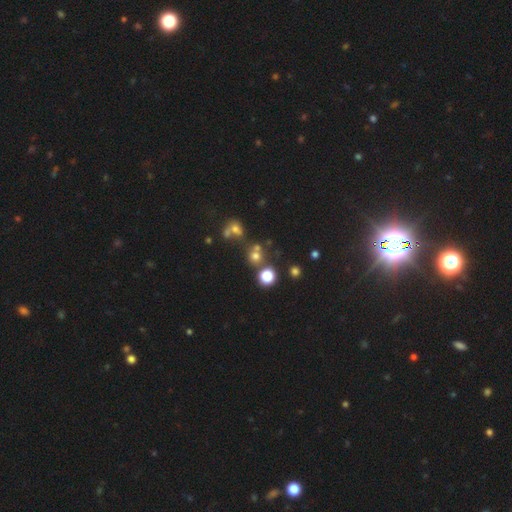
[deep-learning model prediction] Overall: smooth (66%). How rounded: round (88%). Merging: none (62%; merger 25%).